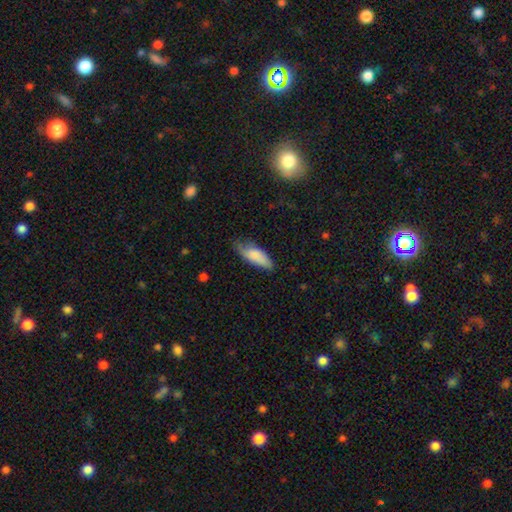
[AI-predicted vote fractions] Smooth or featured: smooth — 79% (featured or disk — 15%)
How rounded: in between — 72% (cigar-shaped — 26%)
Merging: none — 51% (minor disturbance — 38%)